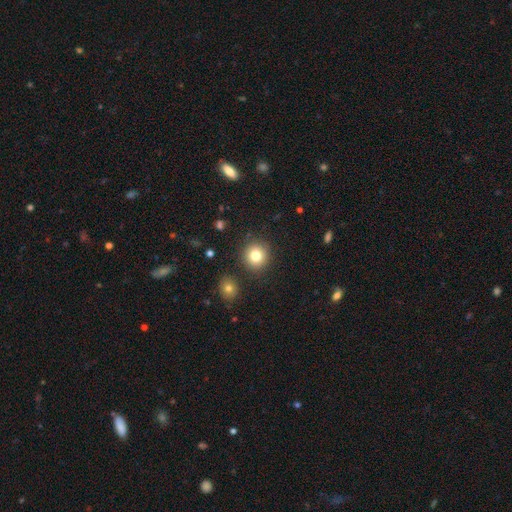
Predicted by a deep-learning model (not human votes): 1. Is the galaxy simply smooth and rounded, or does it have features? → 80% smooth, 12% star or artifact, 8% featured or disk.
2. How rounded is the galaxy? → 92% round, 7% in between, 1% cigar-shaped.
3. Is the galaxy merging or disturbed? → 87% none, 6% minor disturbance, 4% merger, 3% major disturbance.